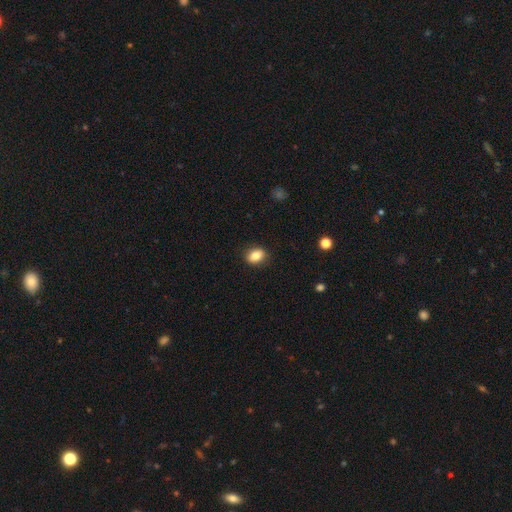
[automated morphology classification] A smooth galaxy with no disk features (84%) that is in between round and cigar-shaped (72%).

Vote fractions:
- Smooth or featured? smooth: 84% / star or artifact: 8% / featured or disk: 8%
- How rounded? in between: 72% / round: 26% / cigar-shaped: 2%
- Merging? none: 88% / minor disturbance: 9% / major disturbance: 2% / merger: 1%